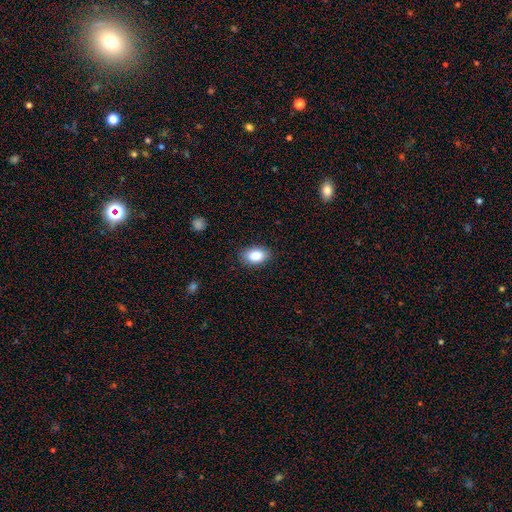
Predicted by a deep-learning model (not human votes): This is clearly a smooth galaxy (87%). How rounded: clearly in between (88%). Merging: clearly none (86%).